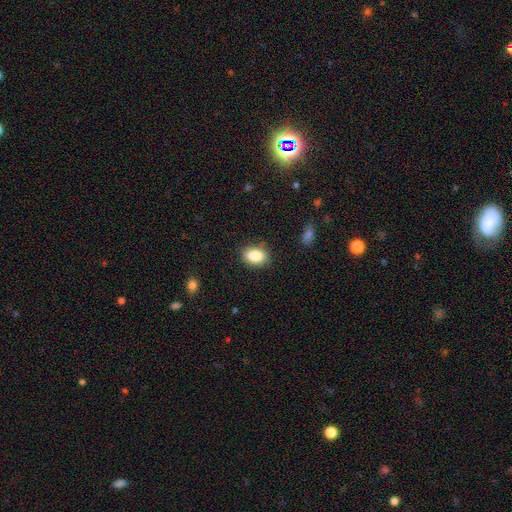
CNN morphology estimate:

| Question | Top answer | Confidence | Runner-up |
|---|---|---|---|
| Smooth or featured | smooth | 86% | star or artifact (8%) |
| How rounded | in between | 82% | round (16%) |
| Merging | none | 85% | minor disturbance (11%) |